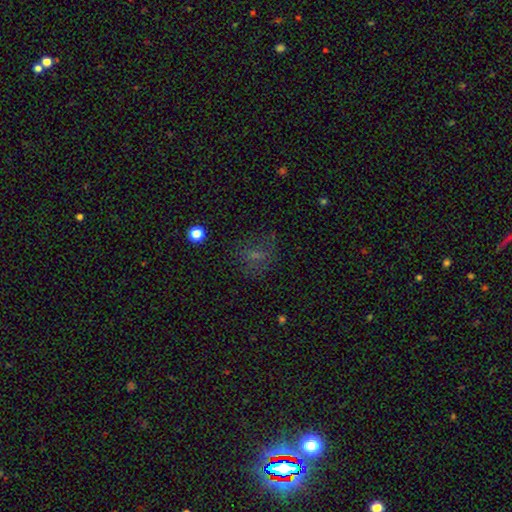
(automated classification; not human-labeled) Overall: smooth (51%; star or artifact 27%). How rounded: round (53%; in between 44%). Merging: none (66%).